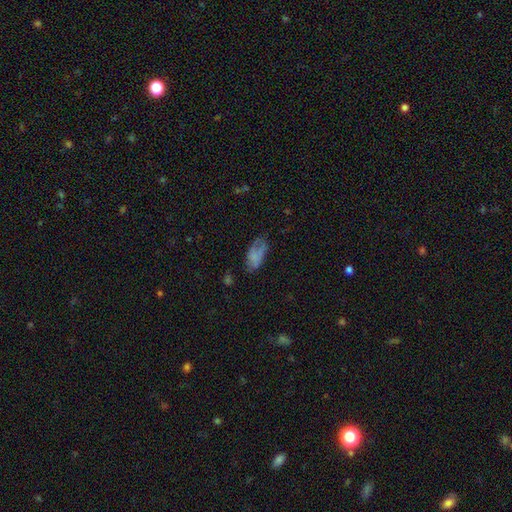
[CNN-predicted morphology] smooth 62%, featured or disk 27%, star or artifact 12%. Down the decision tree: how rounded — in between (92%); merging — none (46%).